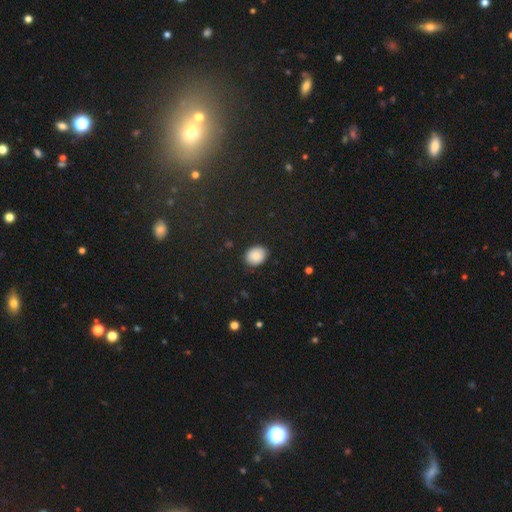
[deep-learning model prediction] Smooth or featured? smooth (85%)
How rounded? in between (50%)
Merging? none (86%)